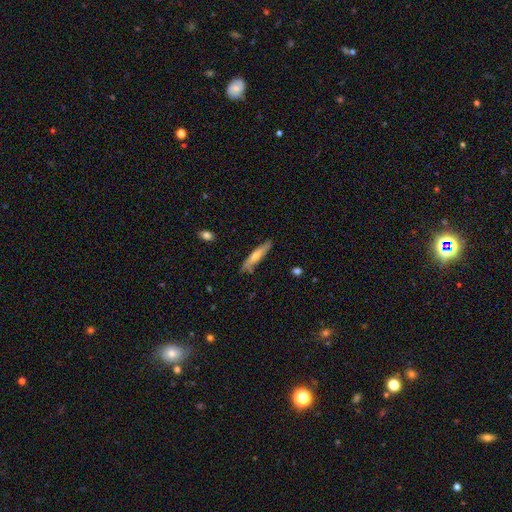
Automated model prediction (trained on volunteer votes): Q: Smooth or featured?
A: smooth (57%); runner-up: featured or disk (37%)
Q: How rounded?
A: cigar-shaped (85%); runner-up: in between (13%)
Q: Merging?
A: none (78%); runner-up: minor disturbance (17%)